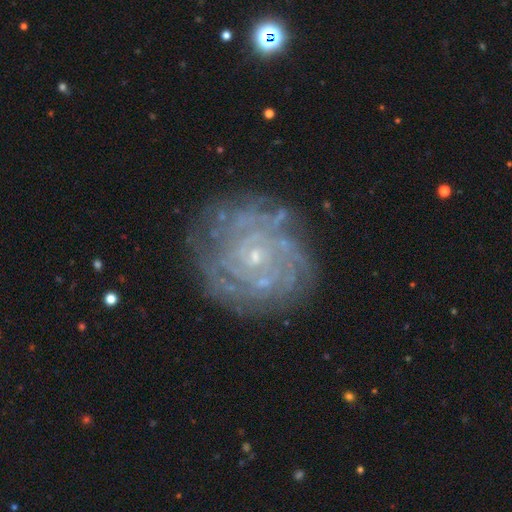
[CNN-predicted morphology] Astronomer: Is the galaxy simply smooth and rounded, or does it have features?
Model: featured or disk — 84%.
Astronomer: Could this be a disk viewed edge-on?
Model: no — 97%.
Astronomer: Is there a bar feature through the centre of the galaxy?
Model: no — 80%.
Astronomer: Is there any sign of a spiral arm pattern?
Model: yes — 93%.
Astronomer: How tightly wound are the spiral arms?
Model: tight — 81%.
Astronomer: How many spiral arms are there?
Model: can't tell — 37% (runner-up: 4, 17%).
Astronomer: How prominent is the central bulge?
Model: small — 83%.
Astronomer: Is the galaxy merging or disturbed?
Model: none — 78%.